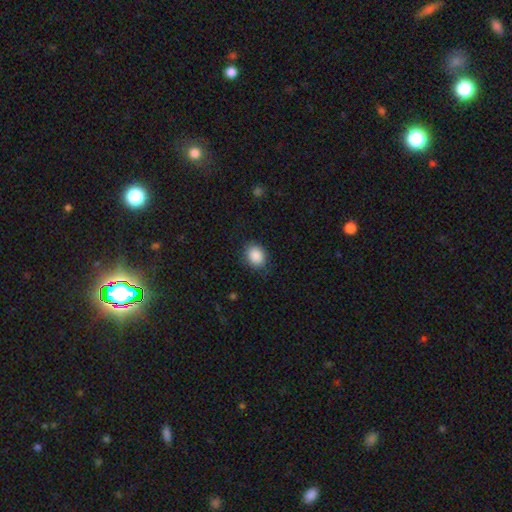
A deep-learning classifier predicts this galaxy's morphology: type=smooth (89%); roundness=in between (50%); merging=none (84%).